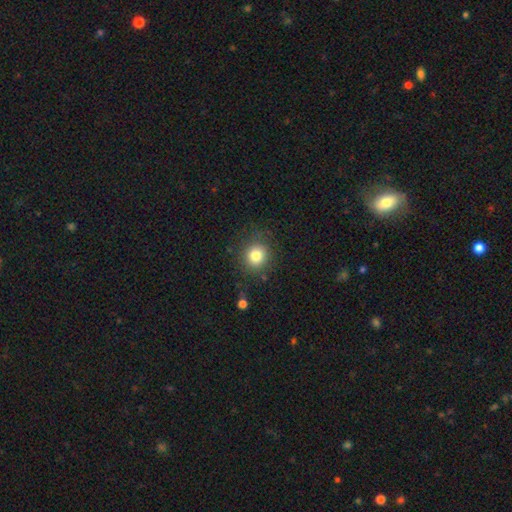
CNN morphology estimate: Smooth or featured? Predicted: smooth (p=0.82). How rounded? Predicted: round (p=0.87). Merging? Predicted: none (p=0.84).